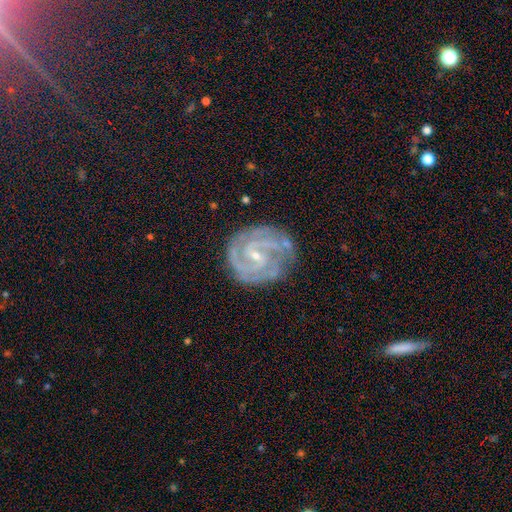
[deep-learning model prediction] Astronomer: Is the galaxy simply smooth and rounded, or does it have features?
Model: featured or disk — 91%.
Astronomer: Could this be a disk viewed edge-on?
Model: no — 98%.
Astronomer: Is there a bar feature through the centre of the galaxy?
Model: weak — 43% (runner-up: no, 36%).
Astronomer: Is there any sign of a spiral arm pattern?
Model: yes — 99%.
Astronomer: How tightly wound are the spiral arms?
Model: tight — 73%.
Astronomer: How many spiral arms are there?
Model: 2 — 52%.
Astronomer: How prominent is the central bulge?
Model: small — 79%.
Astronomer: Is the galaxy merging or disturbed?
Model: none — 77%.